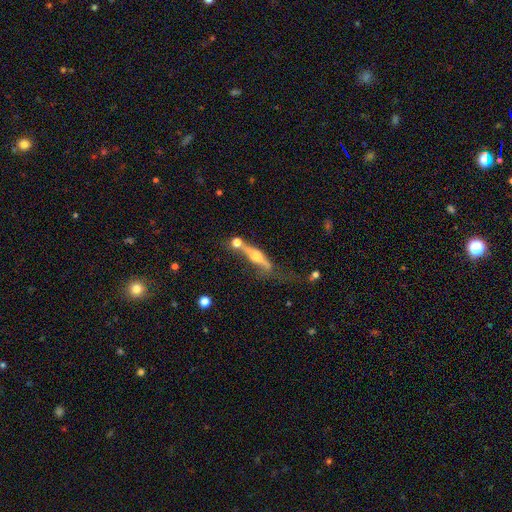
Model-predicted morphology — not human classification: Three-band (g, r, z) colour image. It shows a featured or disk galaxy (66%) viewed edge-on (86%) with a rounded central bulge (92%). Merging: none (41%).